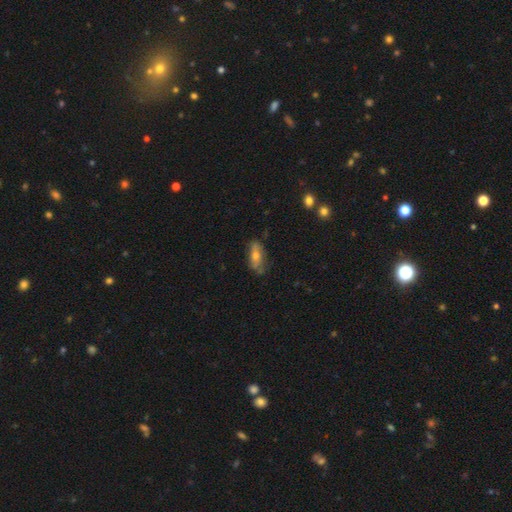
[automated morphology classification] A smooth galaxy with no disk features (49%).

Vote fractions:
- Smooth or featured? smooth: 49% / featured or disk: 41% / star or artifact: 10%
- Merging? none: 67% / minor disturbance: 24% / major disturbance: 7% / merger: 3%